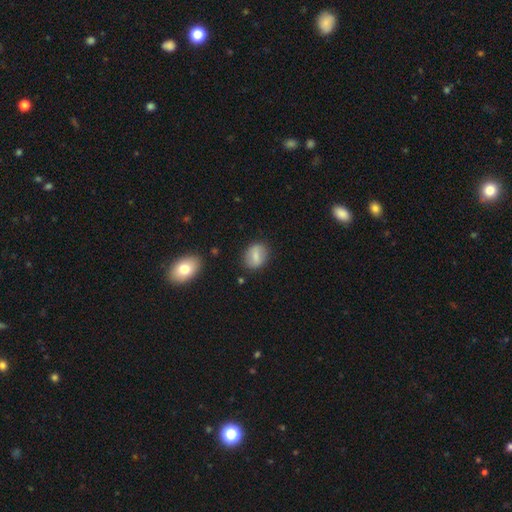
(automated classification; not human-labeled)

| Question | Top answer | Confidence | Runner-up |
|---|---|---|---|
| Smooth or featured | smooth | 70% | featured or disk (22%) |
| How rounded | in between | 65% | round (32%) |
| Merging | none | 82% | minor disturbance (13%) |